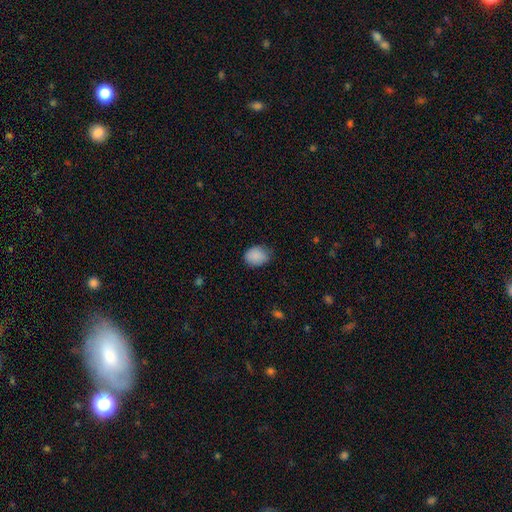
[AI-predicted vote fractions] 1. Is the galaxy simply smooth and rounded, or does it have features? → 88% smooth, 8% star or artifact, 4% featured or disk.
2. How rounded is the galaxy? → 51% in between, 48% round, 1% cigar-shaped.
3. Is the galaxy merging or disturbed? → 72% none, 23% minor disturbance, 4% major disturbance, 1% merger.